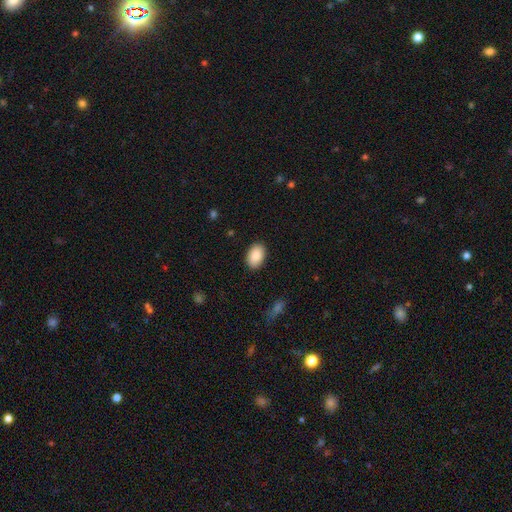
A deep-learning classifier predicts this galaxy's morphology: A smooth galaxy with no disk features (89%) that is in between round and cigar-shaped (91%). Merging: none (89%).